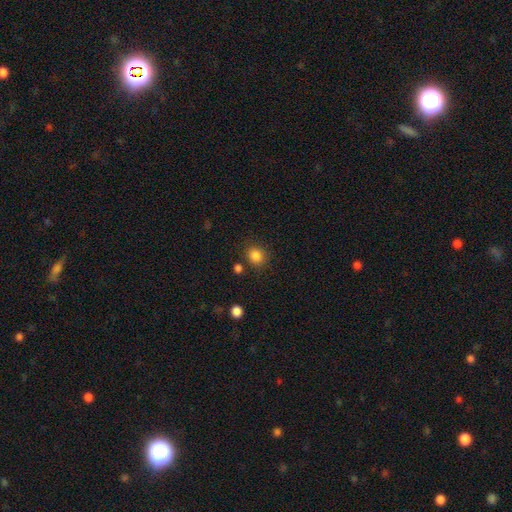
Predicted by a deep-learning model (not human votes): A smooth galaxy with no disk features (85%) that is round (78%).

Vote fractions:
- Smooth or featured? smooth: 85% / star or artifact: 11% / featured or disk: 4%
- How rounded? round: 78% / in between: 21% / cigar-shaped: 1%
- Merging? none: 81% / minor disturbance: 10% / merger: 5% / major disturbance: 4%